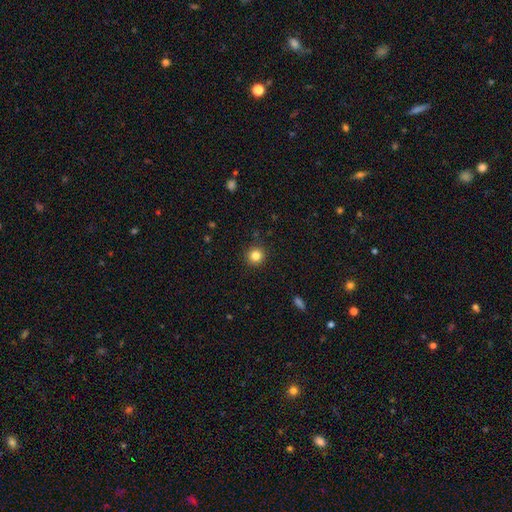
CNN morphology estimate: smooth_or_featured: smooth (p=0.83) [alt: star or artifact p=0.12]
how_rounded: round (p=0.94) [alt: in between p=0.05]
merging: none (p=0.91) [alt: minor disturbance p=0.06]